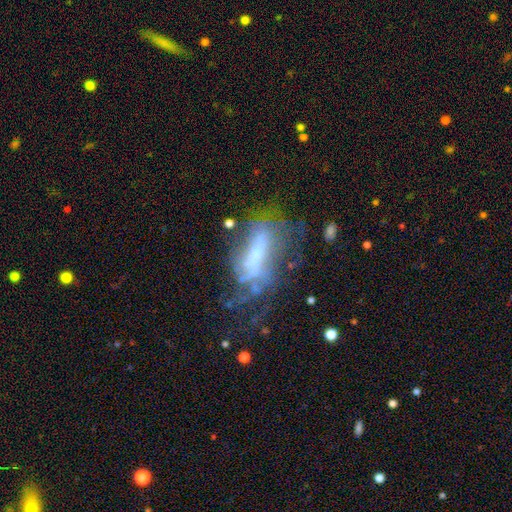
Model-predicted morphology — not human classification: Smooth or featured? Predicted: featured or disk (p=0.60). Edge-on disk? Predicted: no (p=0.82). Merging? Predicted: major disturbance (p=0.35).